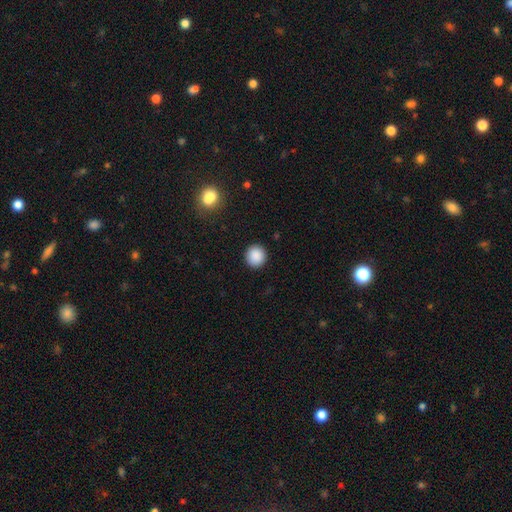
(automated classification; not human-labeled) This is clearly a smooth galaxy (89%). How rounded: clearly round (93%). Merging: clearly none (92%).